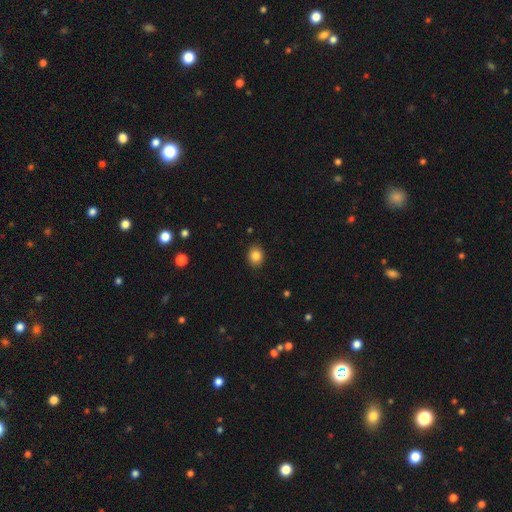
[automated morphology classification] smooth-or-featured: smooth: 85% | star or artifact: 10% | featured or disk: 6%
  how-rounded: round: 52% | in between: 47% | cigar-shaped: 1%
  merging: none: 89% | minor disturbance: 8% | major disturbance: 2% | merger: 1%